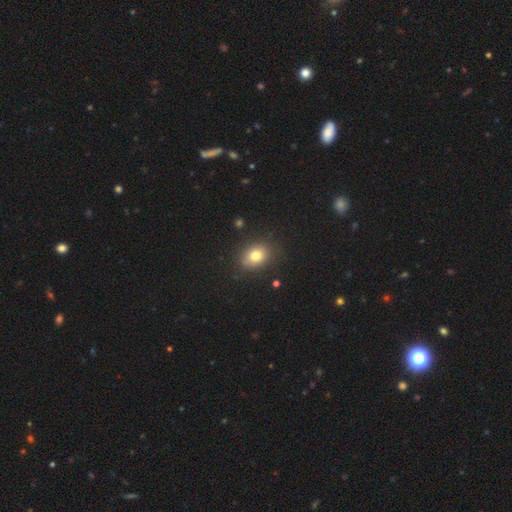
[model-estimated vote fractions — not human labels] Overall: smooth (78%). How rounded: in between (61%; round 38%). Merging: none (83%).